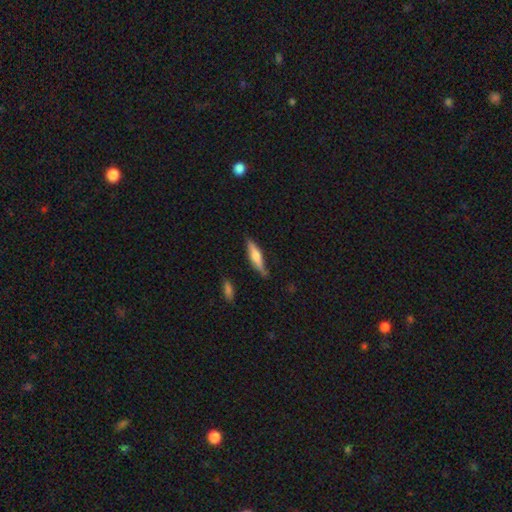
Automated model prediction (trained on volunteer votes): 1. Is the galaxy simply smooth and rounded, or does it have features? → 53% smooth, 41% featured or disk, 6% star or artifact.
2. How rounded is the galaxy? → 76% cigar-shaped, 23% in between, 2% round.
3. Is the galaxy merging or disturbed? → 76% none, 18% minor disturbance, 4% major disturbance, 3% merger.